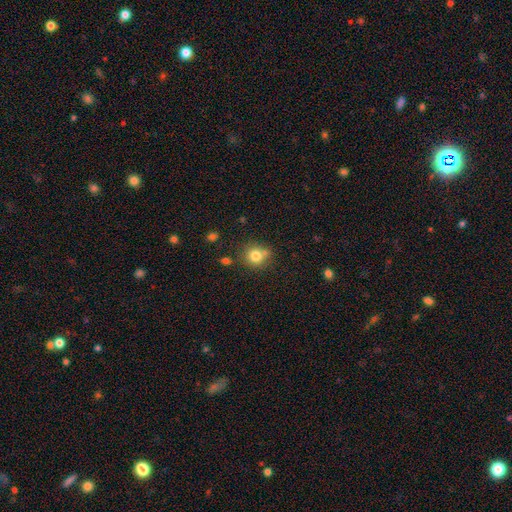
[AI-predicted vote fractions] Overall: smooth (80%). How rounded: round (86%). Merging: none (67%).